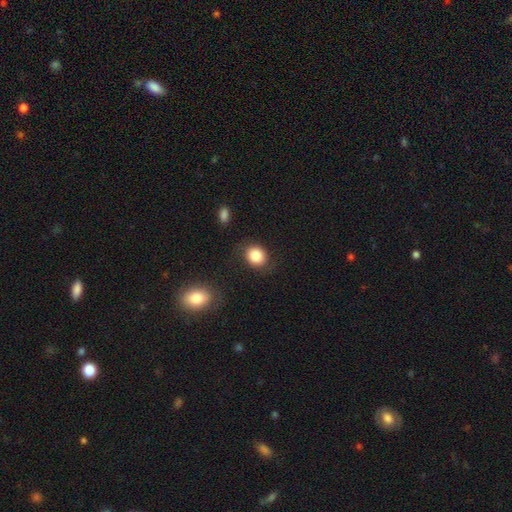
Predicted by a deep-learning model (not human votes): Smooth or featured? smooth (85%)
How rounded? round (68%)
Merging? none (82%)